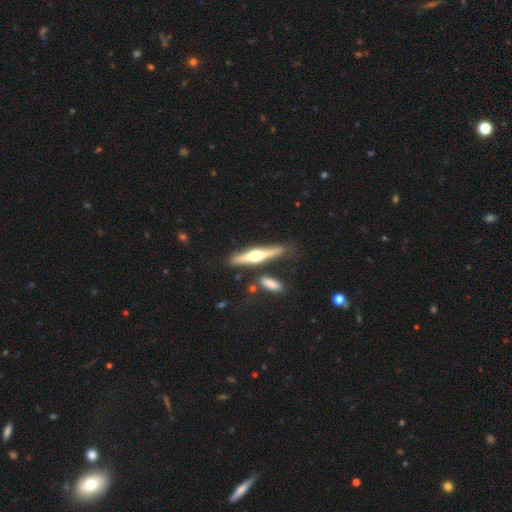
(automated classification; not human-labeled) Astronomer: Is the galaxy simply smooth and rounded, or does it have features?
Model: featured or disk — 68%.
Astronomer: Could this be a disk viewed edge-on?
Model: yes — 97%.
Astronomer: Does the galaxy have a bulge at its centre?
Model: rounded — 93%.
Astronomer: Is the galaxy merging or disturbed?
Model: none — 77%.